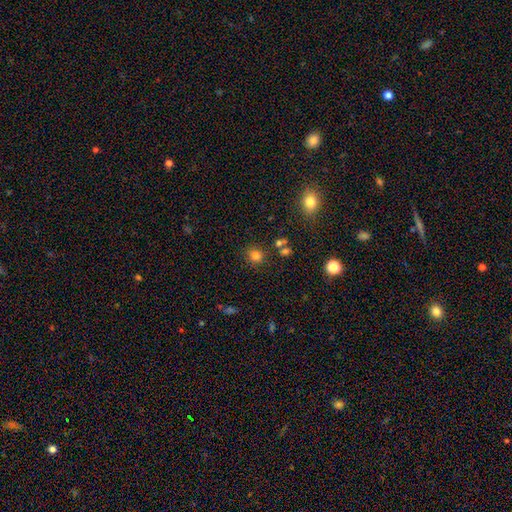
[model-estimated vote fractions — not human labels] Smooth or featured? Predicted: smooth (p=0.78). How rounded? Predicted: round (p=0.84). Merging? Predicted: none (p=0.81).